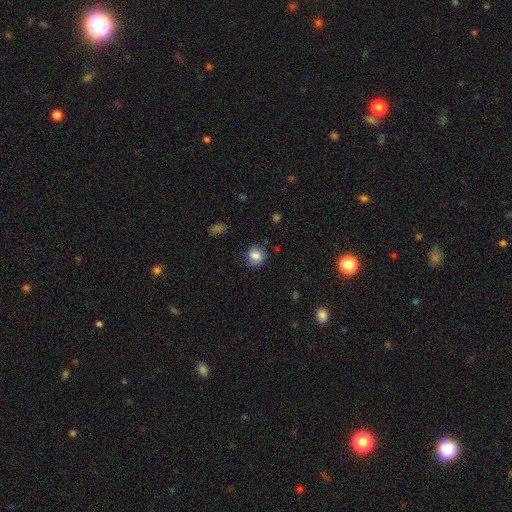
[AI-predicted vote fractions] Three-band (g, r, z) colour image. It shows a smooth galaxy with no disk features (81%) that is round (71%). Merging: none (74%).